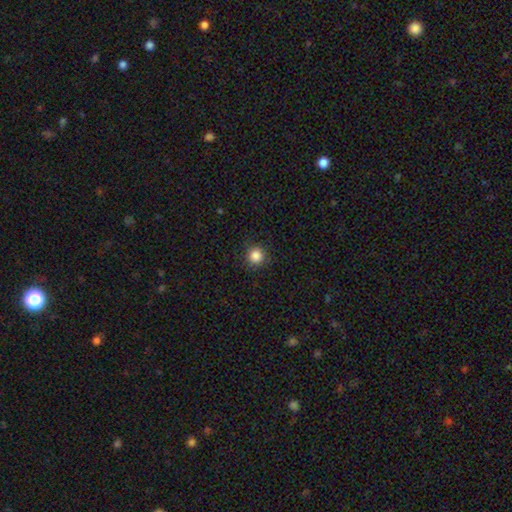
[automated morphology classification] type=smooth (85%); roundness=round (95%); merging=none (90%).